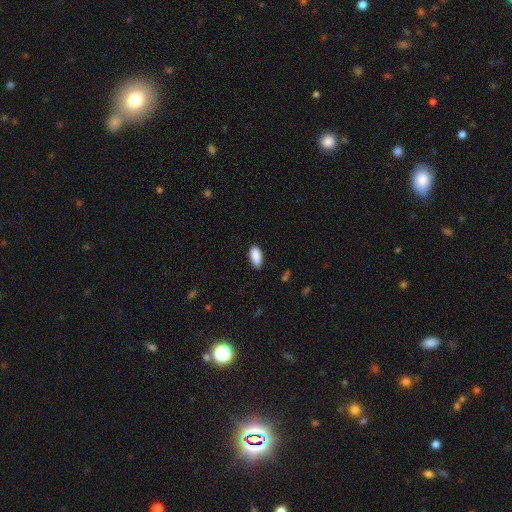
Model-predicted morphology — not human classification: A smooth galaxy with no disk features (90%) that is in between round and cigar-shaped (91%).

Vote fractions:
- Smooth or featured? smooth: 90% / star or artifact: 7% / featured or disk: 3%
- How rounded? in between: 91% / cigar-shaped: 7% / round: 2%
- Merging? none: 84% / minor disturbance: 13% / major disturbance: 2% / merger: 1%